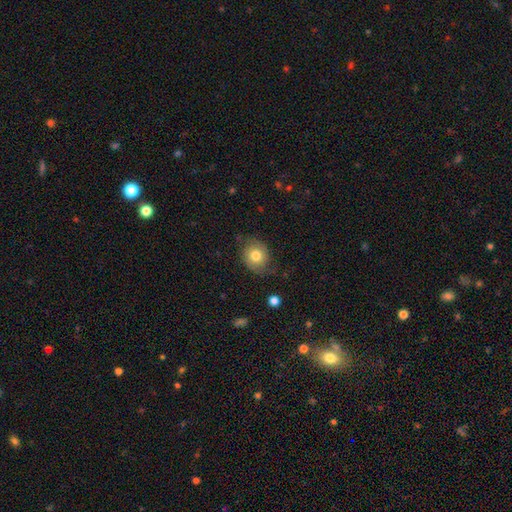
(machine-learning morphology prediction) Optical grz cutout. It shows a smooth galaxy with no disk features (63%) that is round (62%). Merging: none (67%).